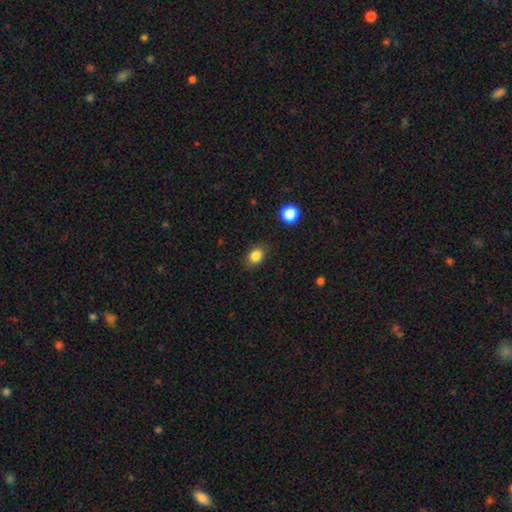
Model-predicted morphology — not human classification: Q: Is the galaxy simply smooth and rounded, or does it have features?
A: smooth — 85%.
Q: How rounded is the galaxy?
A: in between — 60%.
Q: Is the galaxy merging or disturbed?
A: none — 83%.